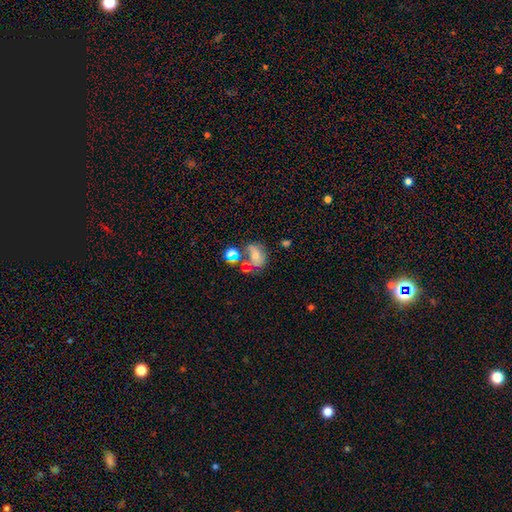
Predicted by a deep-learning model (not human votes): A smooth galaxy with no disk features (49%).

Vote fractions:
- Smooth or featured? smooth: 49% / featured or disk: 36% / star or artifact: 15%
- Merging? merger: 33% / none: 29% / major disturbance: 19% / minor disturbance: 18%